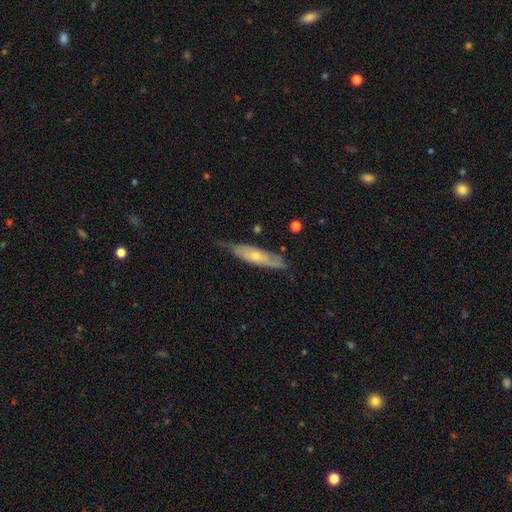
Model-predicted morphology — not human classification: Overall: featured or disk (57%; smooth 37%). Edge-on disk: yes (52%; no 48%). Merging: none (61%; minor disturbance 31%).